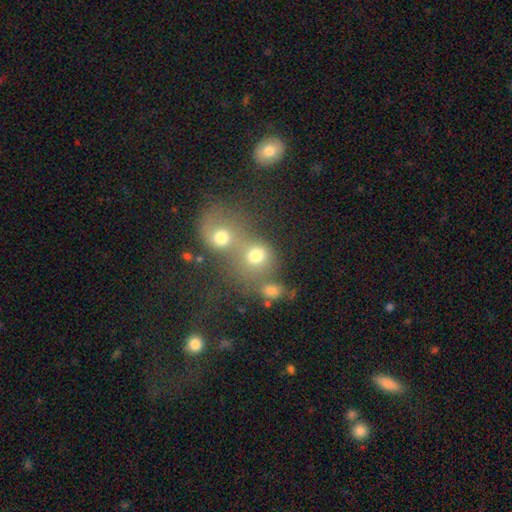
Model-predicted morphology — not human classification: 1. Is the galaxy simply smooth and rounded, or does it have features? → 70% smooth, 15% featured or disk, 15% star or artifact.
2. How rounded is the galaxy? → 73% round, 25% in between, 1% cigar-shaped.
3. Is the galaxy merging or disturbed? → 64% merger, 24% none, 6% major disturbance, 6% minor disturbance.